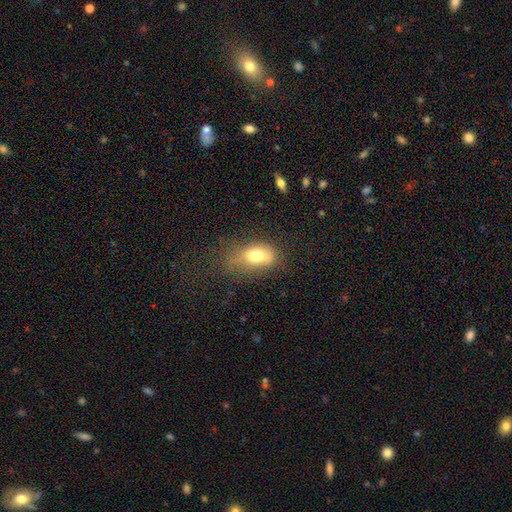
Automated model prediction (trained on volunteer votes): smooth_or_featured: smooth (p=0.72) [alt: featured or disk p=0.17]
how_rounded: in between (p=0.85) [alt: round p=0.11]
merging: none (p=0.40) [alt: minor disturbance p=0.31]